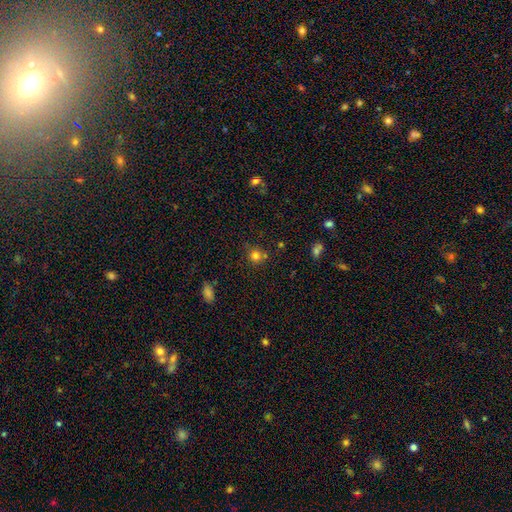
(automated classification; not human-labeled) Morphology: type=smooth (77%); roundness=round (89%); merging=none (68%).